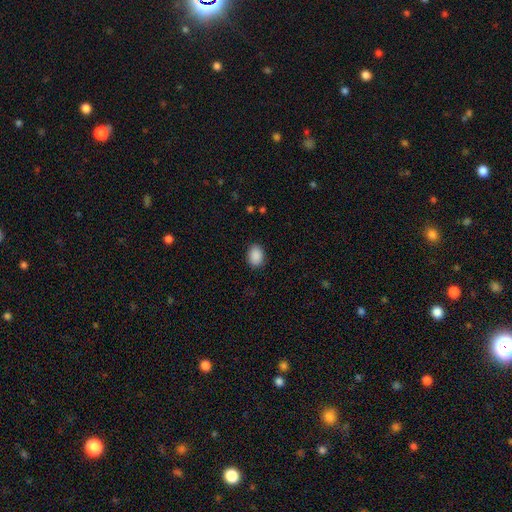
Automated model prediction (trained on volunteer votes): Smooth or featured? smooth (90%)
How rounded? in between (67%)
Merging? none (88%)